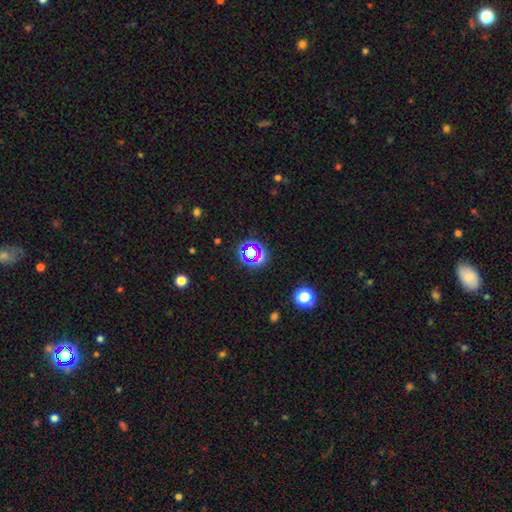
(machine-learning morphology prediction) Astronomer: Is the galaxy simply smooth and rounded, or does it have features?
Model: star or artifact — 59%.